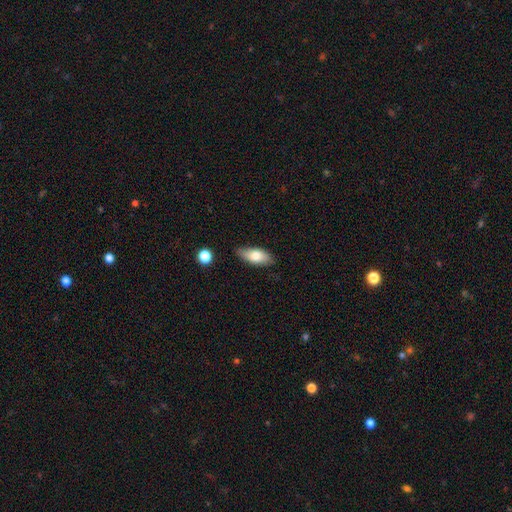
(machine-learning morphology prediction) Q: Smooth or featured?
A: smooth (76%); runner-up: featured or disk (17%)
Q: How rounded?
A: in between (83%); runner-up: cigar-shaped (14%)
Q: Merging?
A: none (80%); runner-up: minor disturbance (16%)